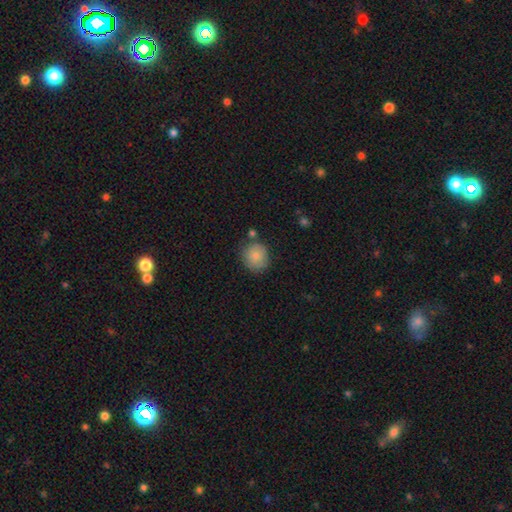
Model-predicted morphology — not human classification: Q: Smooth or featured?
A: smooth (84%); runner-up: featured or disk (9%)
Q: How rounded?
A: round (83%); runner-up: in between (16%)
Q: Merging?
A: none (74%); runner-up: minor disturbance (16%)